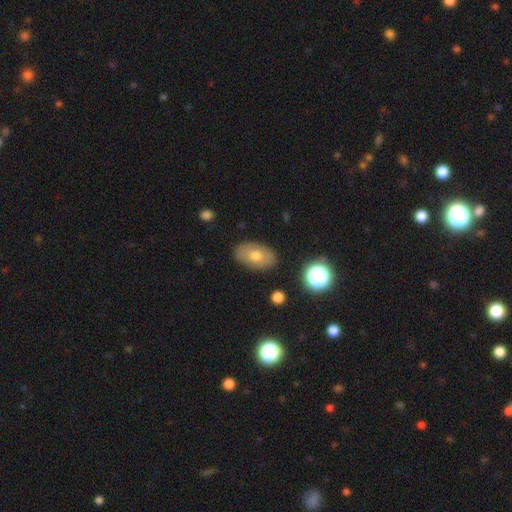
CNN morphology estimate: A smooth galaxy with no disk features (66%) that is in between round and cigar-shaped (88%).

Vote fractions:
- Smooth or featured? smooth: 66% / featured or disk: 26% / star or artifact: 9%
- How rounded? in between: 88% / round: 10% / cigar-shaped: 1%
- Merging? none: 84% / minor disturbance: 12% / major disturbance: 3% / merger: 1%